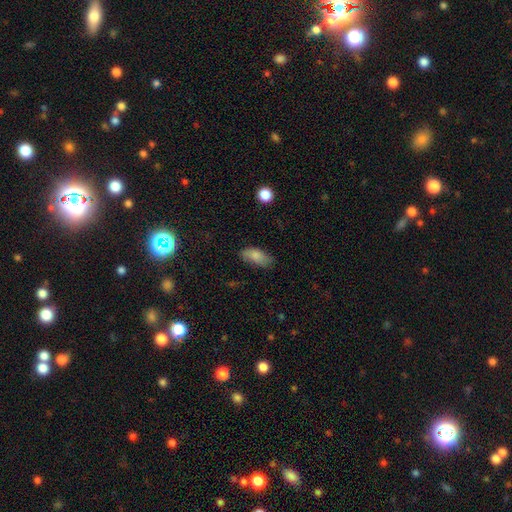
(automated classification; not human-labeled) smooth_or_featured: smooth (p=0.81) [alt: featured or disk p=0.12]
how_rounded: in between (p=0.89) [alt: cigar-shaped p=0.08]
merging: none (p=0.73) [alt: minor disturbance p=0.21]